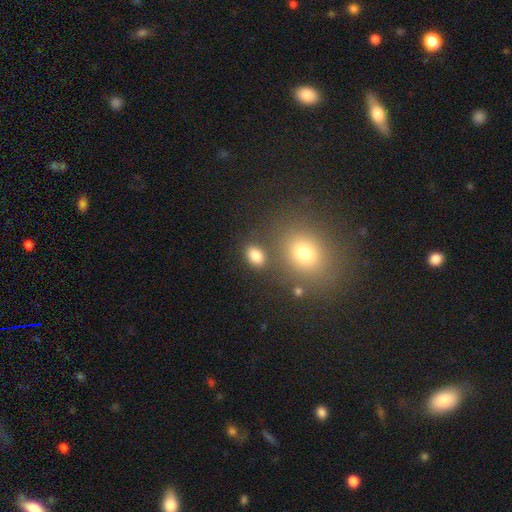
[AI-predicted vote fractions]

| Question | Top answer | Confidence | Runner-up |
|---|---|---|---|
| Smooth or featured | smooth | 82% | star or artifact (11%) |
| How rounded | in between | 76% | round (23%) |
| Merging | none | 74% | minor disturbance (11%) |